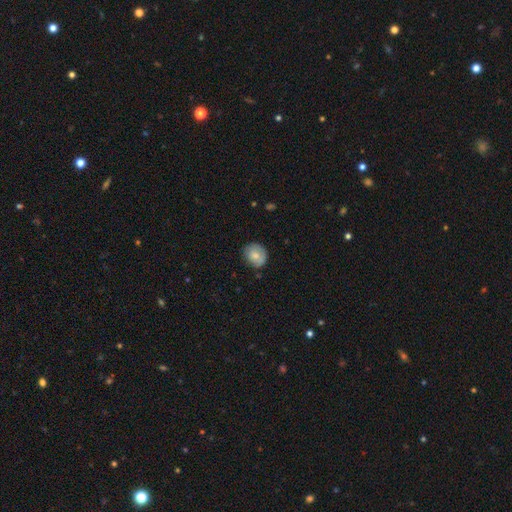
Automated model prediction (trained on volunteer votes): A smooth galaxy with no disk features (76%) that is round (69%). Merging: none (73%).